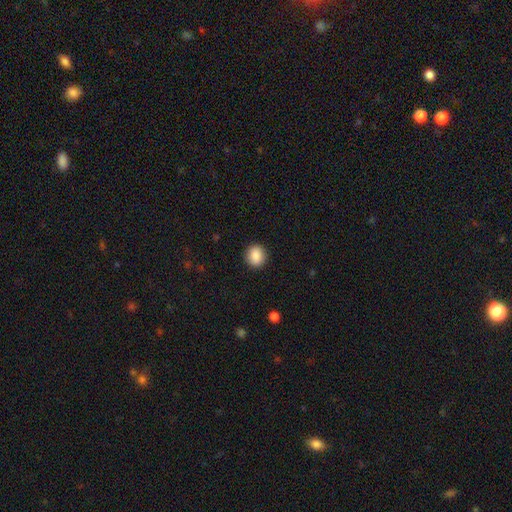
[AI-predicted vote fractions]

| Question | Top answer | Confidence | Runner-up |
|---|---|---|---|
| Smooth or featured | smooth | 88% | star or artifact (8%) |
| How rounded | round | 81% | in between (18%) |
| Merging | none | 91% | minor disturbance (6%) |